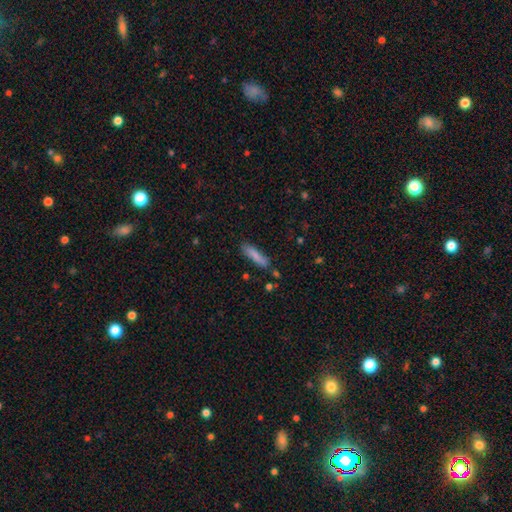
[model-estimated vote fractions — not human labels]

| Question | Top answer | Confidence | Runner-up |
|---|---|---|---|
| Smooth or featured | smooth | 83% | featured or disk (10%) |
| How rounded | cigar-shaped | 77% | in between (22%) |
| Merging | none | 77% | minor disturbance (16%) |